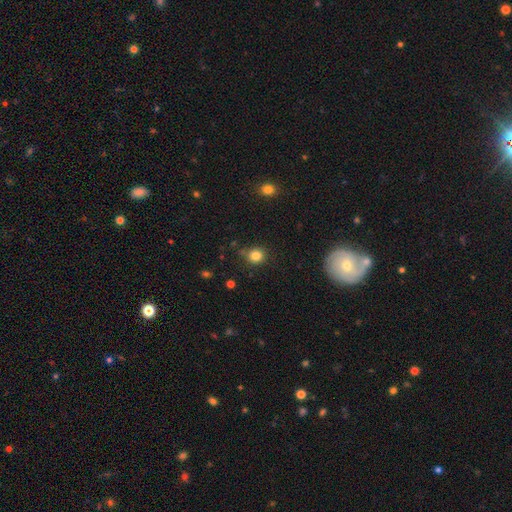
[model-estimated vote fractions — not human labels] Smooth or featured: smooth — 82% (star or artifact — 12%)
How rounded: round — 84% (in between — 15%)
Merging: none — 78% (minor disturbance — 14%)